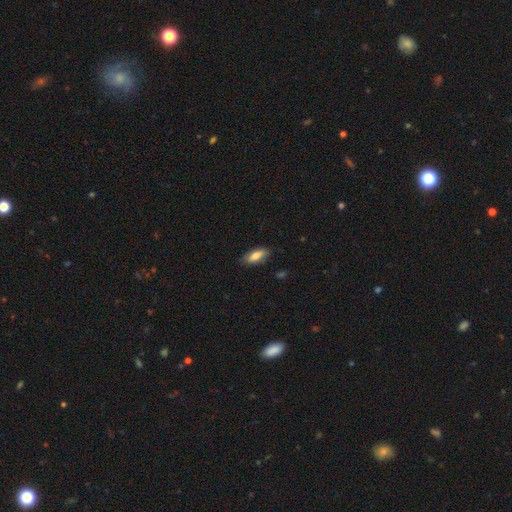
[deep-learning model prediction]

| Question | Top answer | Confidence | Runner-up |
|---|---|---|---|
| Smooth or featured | smooth | 78% | featured or disk (16%) |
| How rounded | in between | 76% | cigar-shaped (21%) |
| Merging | none | 83% | minor disturbance (13%) |